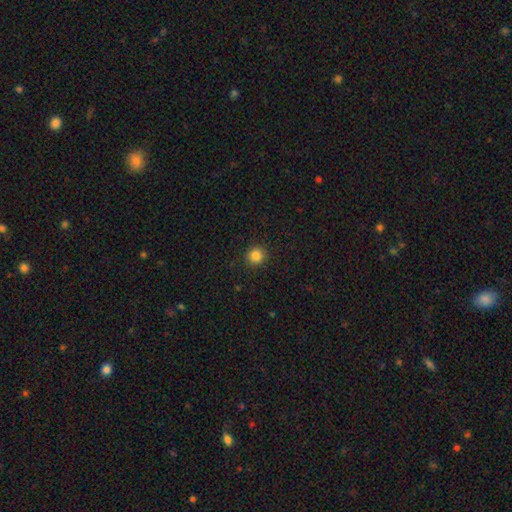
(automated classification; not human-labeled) Smooth or featured? Predicted: smooth (p=0.85). How rounded? Predicted: round (p=0.93). Merging? Predicted: none (p=0.92).